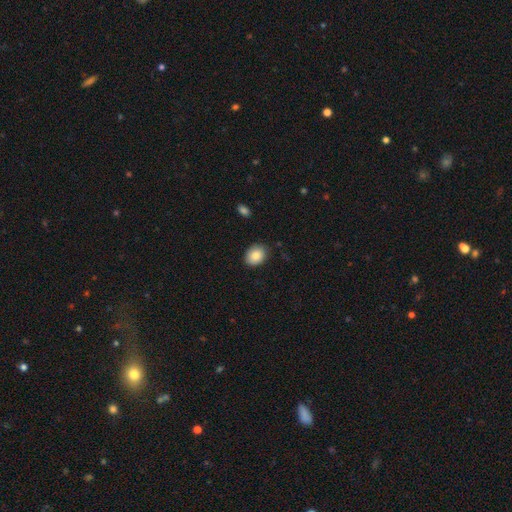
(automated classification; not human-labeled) smooth_or_featured: smooth (p=0.86) [alt: star or artifact p=0.08]
how_rounded: in between (p=0.56) [alt: round p=0.43]
merging: none (p=0.83) [alt: minor disturbance p=0.13]